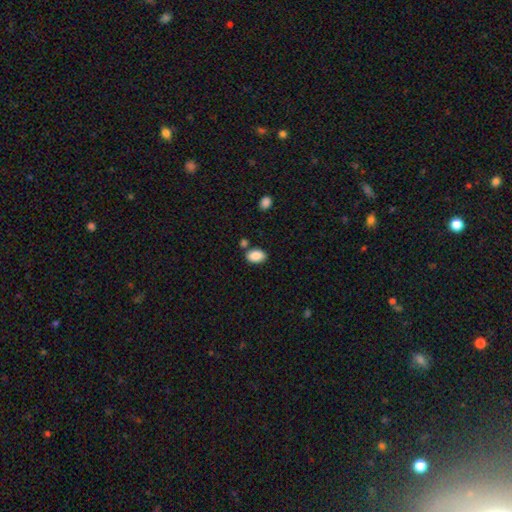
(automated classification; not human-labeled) Smooth or featured? smooth (89%)
How rounded? in between (86%)
Merging? none (77%)